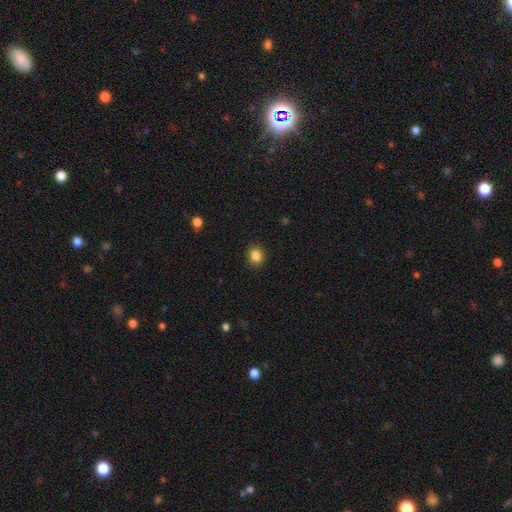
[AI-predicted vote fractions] smooth-or-featured: smooth: 85% | star or artifact: 10% | featured or disk: 5%
  how-rounded: round: 69% | in between: 31% | cigar-shaped: 1%
  merging: none: 90% | minor disturbance: 7% | major disturbance: 2% | merger: 1%